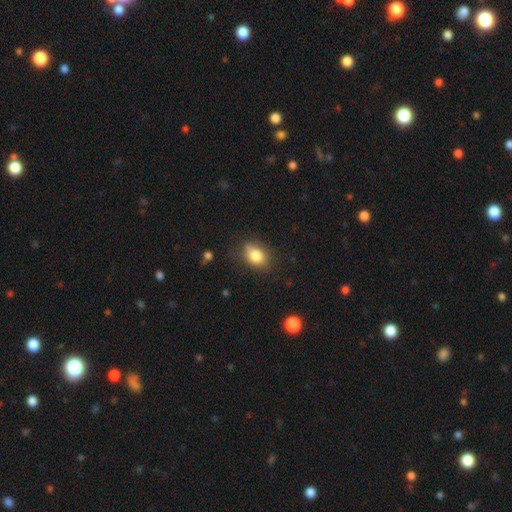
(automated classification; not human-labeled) Smooth or featured? Predicted: smooth (p=0.82). How rounded? Predicted: in between (p=0.69). Merging? Predicted: none (p=0.70).